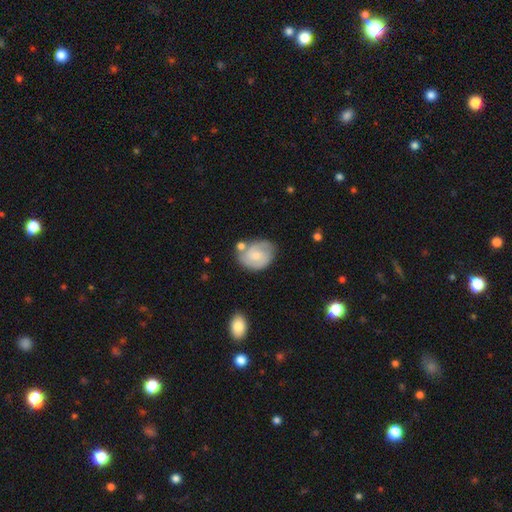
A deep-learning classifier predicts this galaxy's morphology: Smooth or featured?
  - featured or disk: 67% *
  - smooth: 27%
  - star or artifact: 6%
Edge-on disk?
  - no: 98% *
  - yes: 2%
Bar?
  - no: 55% *
  - weak: 40%
  - strong: 5%
Spiral arms?
  - yes: 91% *
  - no: 9%
Spiral winding?
  - tight: 48% *
  - medium: 41%
  - loose: 12%
Spiral arm count?
  - 2: 69% *
  - can't tell: 15%
  - 3: 8%
  - 1: 5%
  - 4: 2%
  - more than 4: 2%
Bulge size?
  - small: 50% *
  - moderate: 38%
  - none: 8%
  - large: 3%
  - dominant: 1%
Merging?
  - none: 62% *
  - minor disturbance: 21%
  - merger: 11%
  - major disturbance: 7%